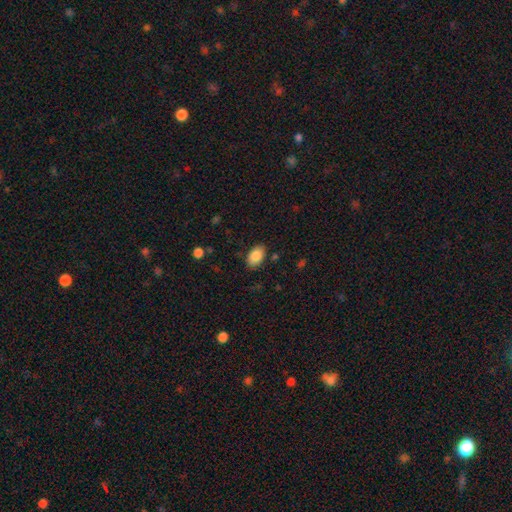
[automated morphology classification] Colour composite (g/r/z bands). It shows a smooth galaxy with no disk features (87%) that is in between round and cigar-shaped (91%). Merging: none (84%).